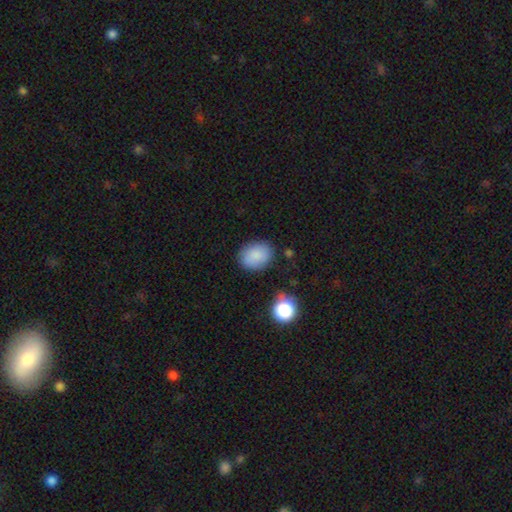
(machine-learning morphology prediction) Smooth or featured? Predicted: smooth (p=0.86). How rounded? Predicted: in between (p=0.59). Merging? Predicted: none (p=0.80).